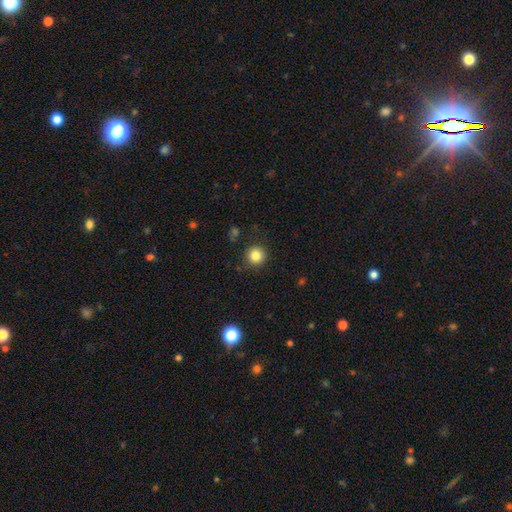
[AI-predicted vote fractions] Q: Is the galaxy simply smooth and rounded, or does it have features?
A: smooth — 83%.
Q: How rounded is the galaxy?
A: round — 94%.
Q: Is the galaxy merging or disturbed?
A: none — 90%.